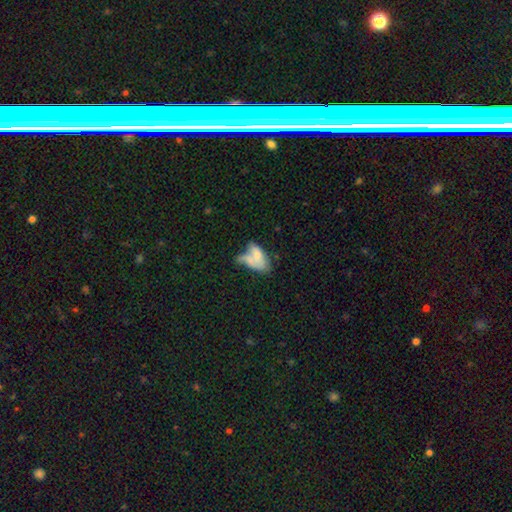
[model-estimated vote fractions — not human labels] A smooth galaxy with no disk features (61%) that is in between round and cigar-shaped (90%). Merging: merger (42%).